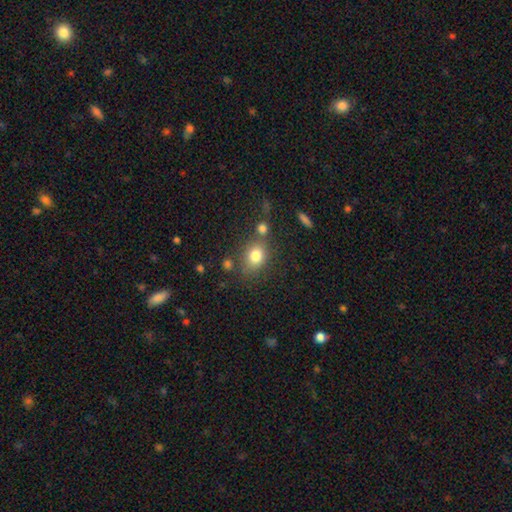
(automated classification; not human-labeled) smooth 80%, star or artifact 11%, featured or disk 9%. Down the decision tree: how rounded — round (50%); merging — none (63%).